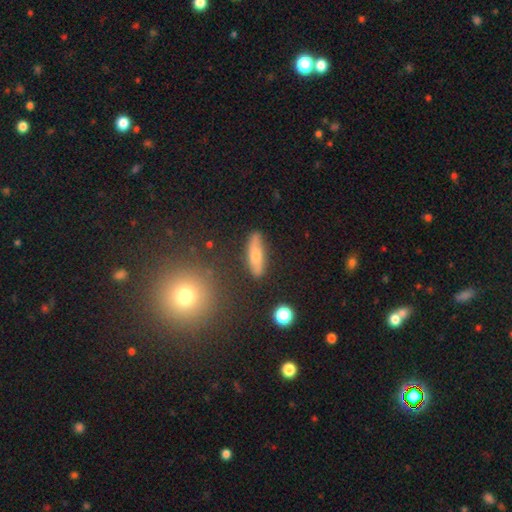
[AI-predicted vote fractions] smooth_or_featured: smooth (p=0.55) [alt: featured or disk p=0.35]
how_rounded: cigar-shaped (p=0.56) [alt: in between p=0.38]
merging: none (p=0.84) [alt: minor disturbance p=0.11]